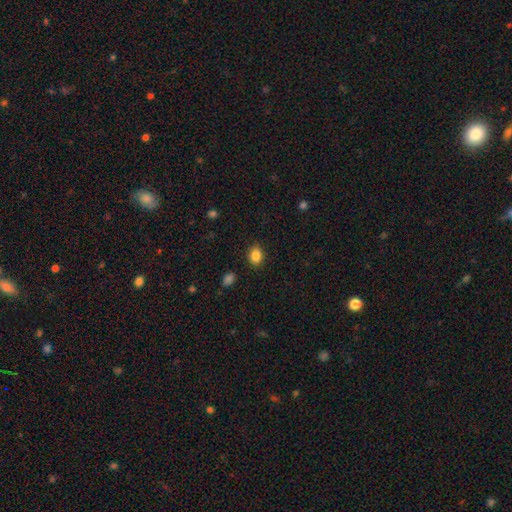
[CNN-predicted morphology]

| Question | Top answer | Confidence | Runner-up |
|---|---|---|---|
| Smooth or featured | smooth | 86% | star or artifact (10%) |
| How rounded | in between | 60% | round (39%) |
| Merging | none | 87% | minor disturbance (9%) |